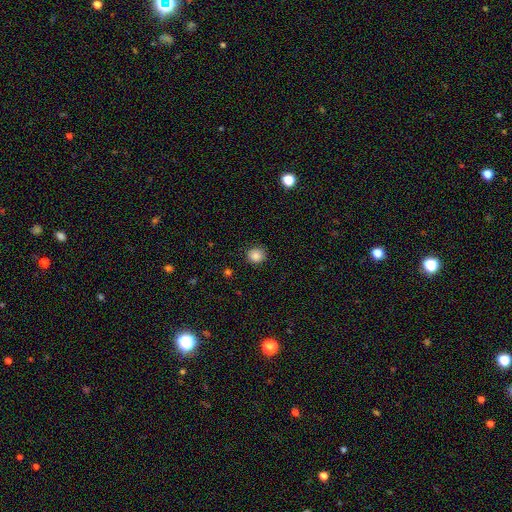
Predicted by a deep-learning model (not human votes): smooth-or-featured: smooth: 85% | star or artifact: 11% | featured or disk: 4%
  how-rounded: round: 87% | in between: 12% | cigar-shaped: 1%
  merging: none: 89% | minor disturbance: 8% | major disturbance: 2% | merger: 1%